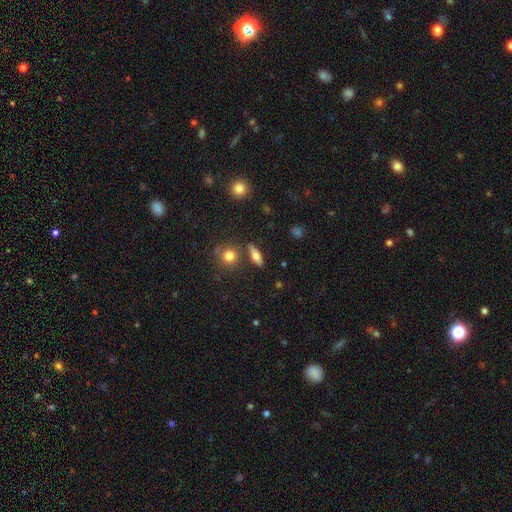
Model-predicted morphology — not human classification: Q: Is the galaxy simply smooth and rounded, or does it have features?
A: smooth — 58%.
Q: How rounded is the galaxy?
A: in between — 51%.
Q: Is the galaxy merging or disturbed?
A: none — 80%.